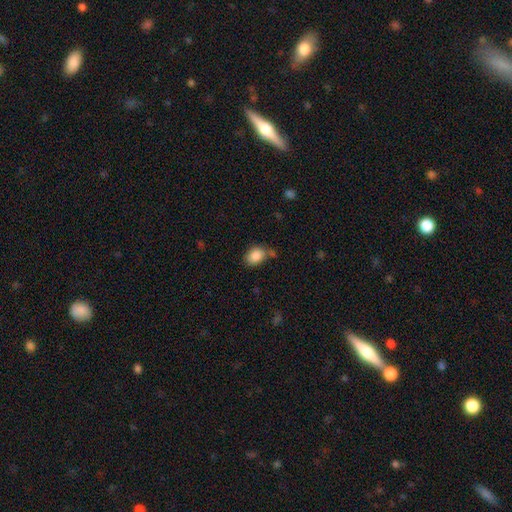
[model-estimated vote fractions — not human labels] A smooth galaxy with no disk features (87%) that is in between round and cigar-shaped (71%).

Vote fractions:
- Smooth or featured? smooth: 87% / star or artifact: 8% / featured or disk: 5%
- How rounded? in between: 71% / round: 28% / cigar-shaped: 1%
- Merging? none: 66% / minor disturbance: 19% / merger: 9% / major disturbance: 5%